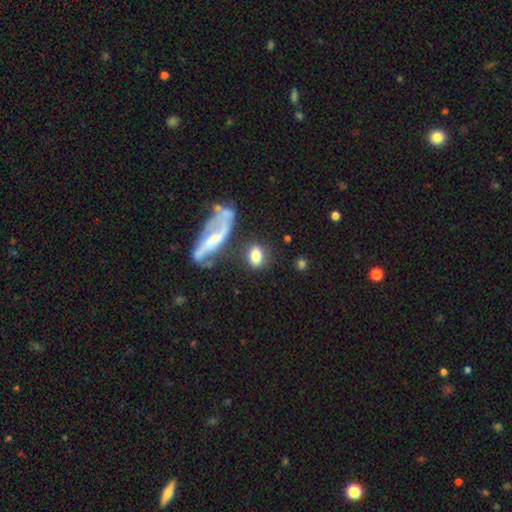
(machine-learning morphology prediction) smooth_or_featured: smooth (p=0.72) [alt: featured or disk p=0.20]
how_rounded: in between (p=0.67) [alt: round p=0.28]
merging: none (p=0.64) [alt: minor disturbance p=0.16]